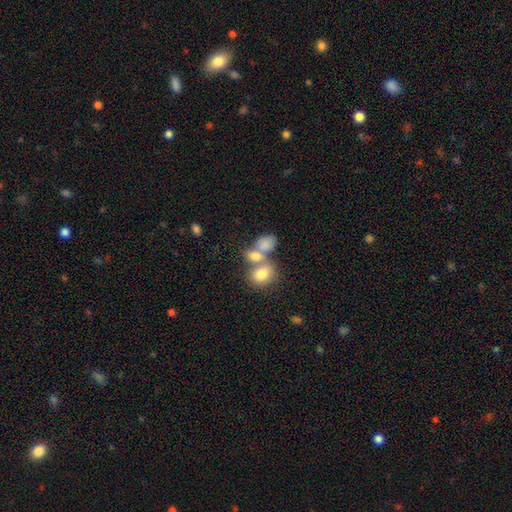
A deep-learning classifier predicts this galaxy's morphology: A smooth galaxy with no disk features (76%) that is in between round and cigar-shaped (67%).

Vote fractions:
- Smooth or featured? smooth: 76% / featured or disk: 14% / star or artifact: 9%
- How rounded? in between: 67% / round: 31% / cigar-shaped: 2%
- Merging? merger: 55% / none: 31% / minor disturbance: 9% / major disturbance: 5%